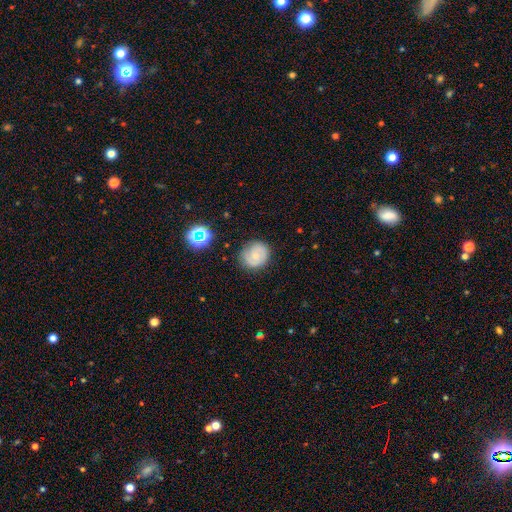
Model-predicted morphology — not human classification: Overall: smooth (49%; featured or disk 41%). Merging: none (77%).